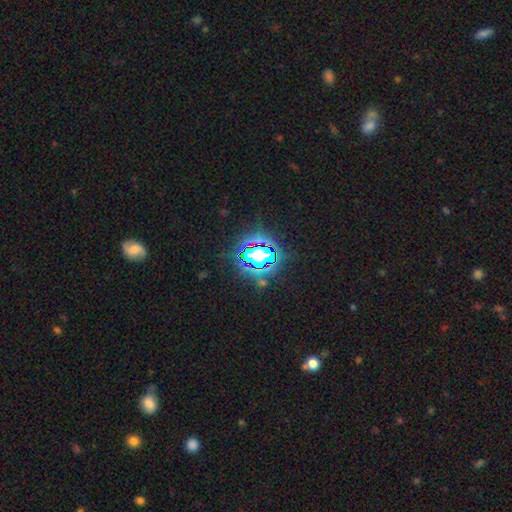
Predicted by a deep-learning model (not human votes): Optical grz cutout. It shows a star or artifact, not a galaxy (71%).